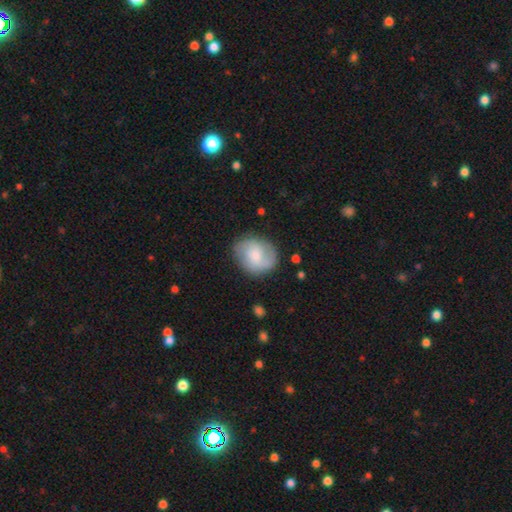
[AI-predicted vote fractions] Smooth or featured? featured or disk (47%)
Merging? none (77%)